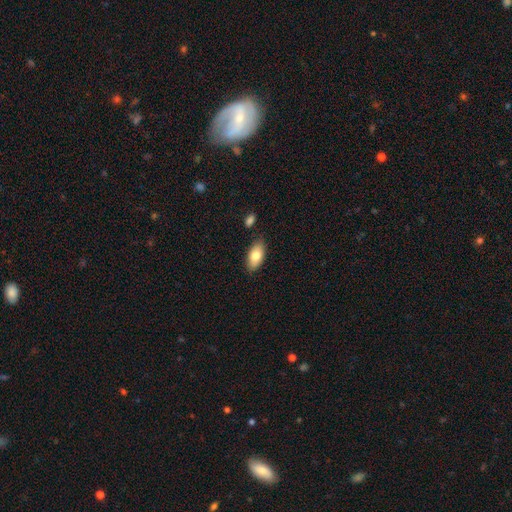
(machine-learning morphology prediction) smooth 79%, featured or disk 14%, star or artifact 7%. Down the decision tree: how rounded — in between (91%); merging — none (82%).